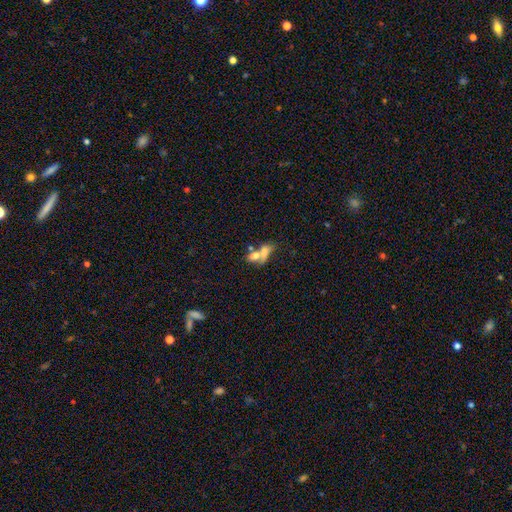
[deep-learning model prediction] This appears to be a smooth galaxy with no disk features (64%) that is in between round and cigar-shaped (72%). Merging: merger (64%).